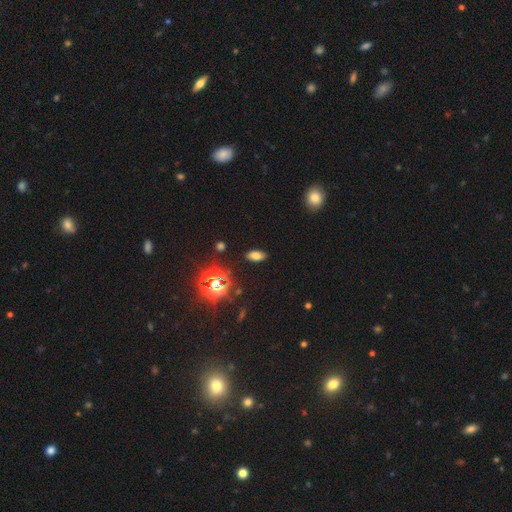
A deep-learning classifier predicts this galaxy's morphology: smooth_or_featured: smooth (p=0.67) [alt: star or artifact p=0.23]
how_rounded: in between (p=0.86) [alt: cigar-shaped p=0.08]
merging: none (p=0.88) [alt: minor disturbance p=0.08]